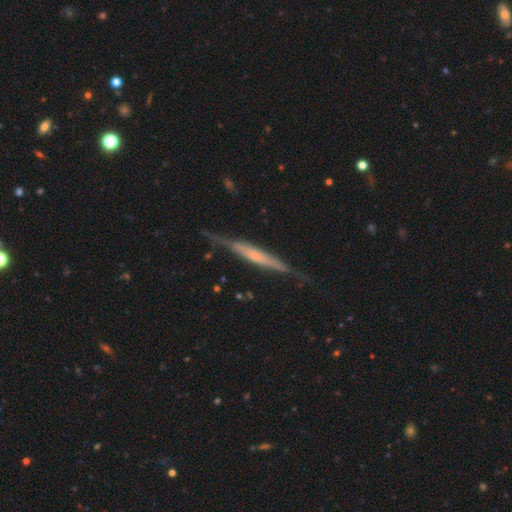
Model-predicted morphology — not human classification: The model was most divided on "edge-on bulge": none: 52%, rounded: 33%, boxy: 16%. More confident: edge-on disk — yes (94%); merging — none (73%); smooth or featured — featured or disk (66%).